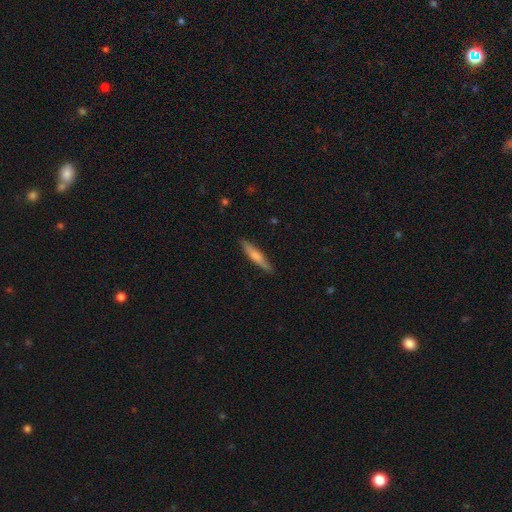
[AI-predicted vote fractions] smooth-or-featured: smooth: 61% | featured or disk: 33% | star or artifact: 5%
  how-rounded: cigar-shaped: 89% | in between: 9% | round: 1%
  merging: none: 87% | minor disturbance: 10% | major disturbance: 2% | merger: 1%